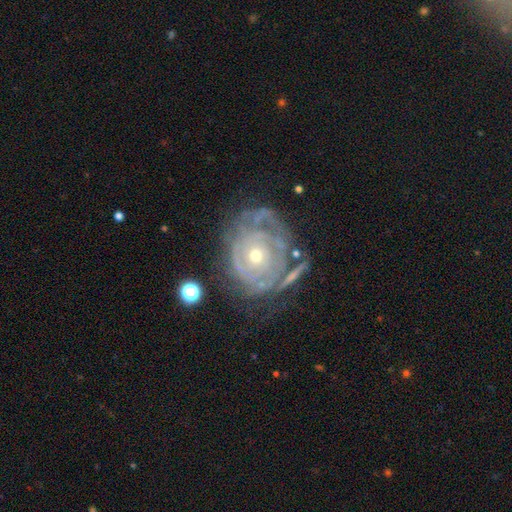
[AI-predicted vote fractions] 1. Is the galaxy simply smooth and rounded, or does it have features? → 83% featured or disk, 10% smooth, 7% star or artifact.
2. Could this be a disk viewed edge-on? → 96% no, 4% yes.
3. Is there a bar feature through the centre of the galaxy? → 83% no, 13% weak, 4% strong.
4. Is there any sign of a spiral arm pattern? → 84% yes, 16% no.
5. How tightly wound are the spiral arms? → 78% tight, 17% medium, 6% loose.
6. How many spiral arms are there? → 46% can't tell, 17% 2, 15% 3, 10% 4, 6% more than 4, 6% 1.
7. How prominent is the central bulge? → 53% small, 44% moderate, 2% large, 1% none, 1% dominant.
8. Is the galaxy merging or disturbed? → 59% none, 22% minor disturbance, 15% major disturbance, 4% merger.